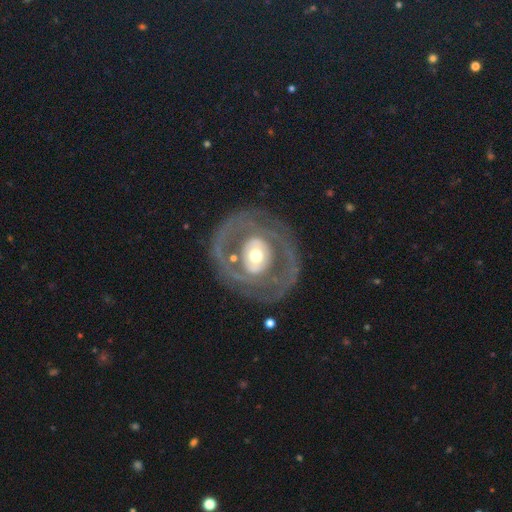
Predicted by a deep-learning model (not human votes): smooth_or_featured: featured or disk (p=0.75) [alt: smooth p=0.20]
disk_edge_on: no (p=0.96) [alt: yes p=0.04]
bar: no (p=0.64) [alt: weak p=0.22]
has_spiral_arms: yes (p=0.50) [tied with: no p=0.50]
bulge_size: moderate (p=0.65) [alt: large p=0.17]
merging: none (p=0.75) [alt: minor disturbance p=0.12]